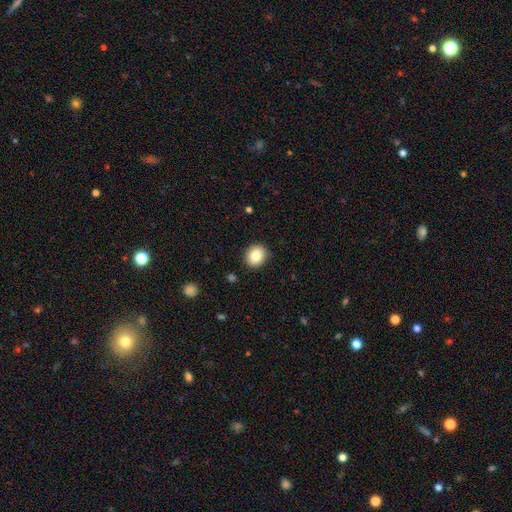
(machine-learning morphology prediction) This appears to be a smooth galaxy with no disk features (81%) that is round (75%). Merging: none (89%).